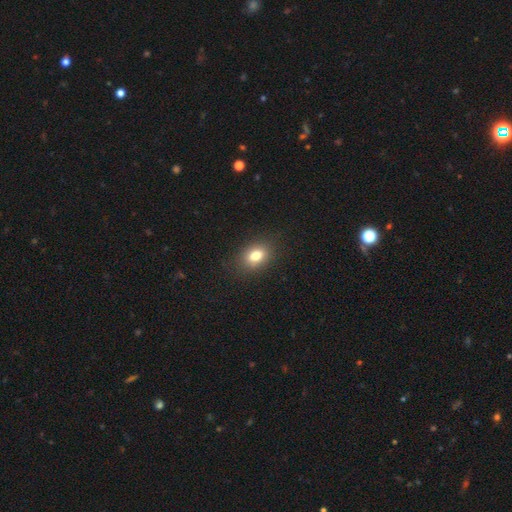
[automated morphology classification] Smooth or featured? Predicted: smooth (p=0.79). How rounded? Predicted: in between (p=0.74). Merging? Predicted: none (p=0.85).